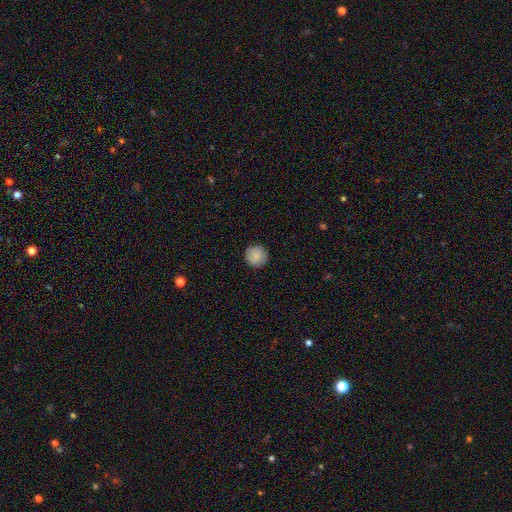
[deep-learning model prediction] A smooth galaxy with no disk features (87%) that is round (95%).

Vote fractions:
- Smooth or featured? smooth: 87% / star or artifact: 7% / featured or disk: 6%
- How rounded? round: 95% / in between: 4% / cigar-shaped: 1%
- Merging? none: 91% / minor disturbance: 6% / major disturbance: 2% / merger: 1%